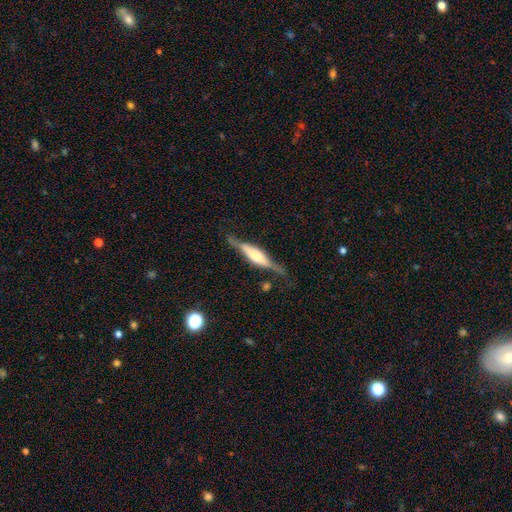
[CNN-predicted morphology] This is likely a featured or disk galaxy (69%). It is clearly viewed edge-on (93%). Edge-on bulge: possibly boxy (50%). Merging: likely none (72%).